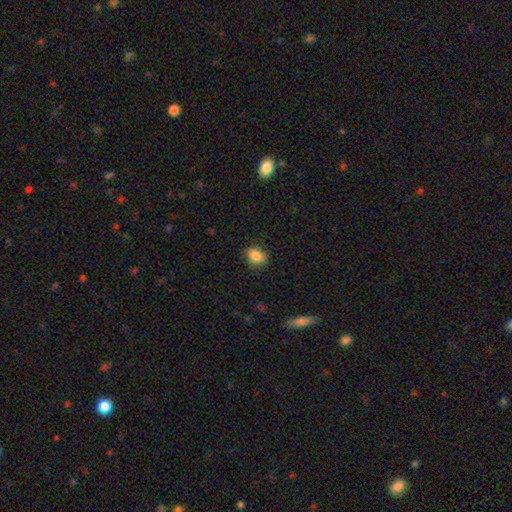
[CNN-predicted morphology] smooth-or-featured: smooth: 85% | star or artifact: 9% | featured or disk: 6%
  how-rounded: in between: 56% | round: 43% | cigar-shaped: 1%
  merging: none: 80% | minor disturbance: 16% | major disturbance: 3% | merger: 1%